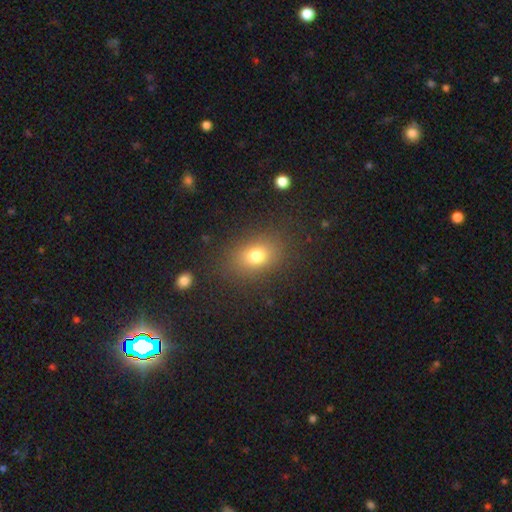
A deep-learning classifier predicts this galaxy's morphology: Overall: smooth (76%). How rounded: in between (66%; round 32%). Merging: none (83%).